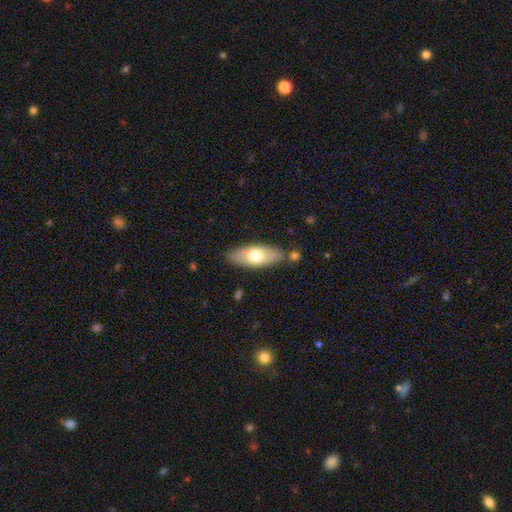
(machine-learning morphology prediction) type=smooth (65%); roundness=in between (71%); merging=none (81%).